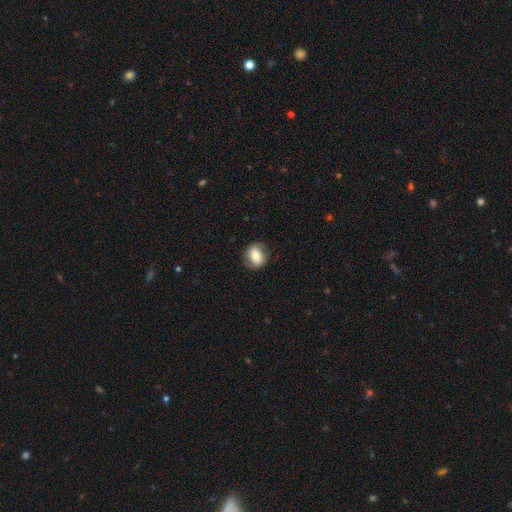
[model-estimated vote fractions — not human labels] Smooth or featured? Predicted: smooth (p=0.72). How rounded? Predicted: in between (p=0.60). Merging? Predicted: none (p=0.78).